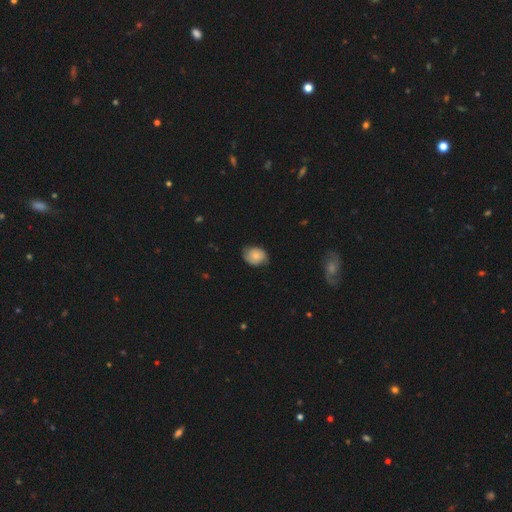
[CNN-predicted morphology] This is likely a smooth galaxy (62%). How rounded: possibly in between (50%). Merging: likely none (65%).